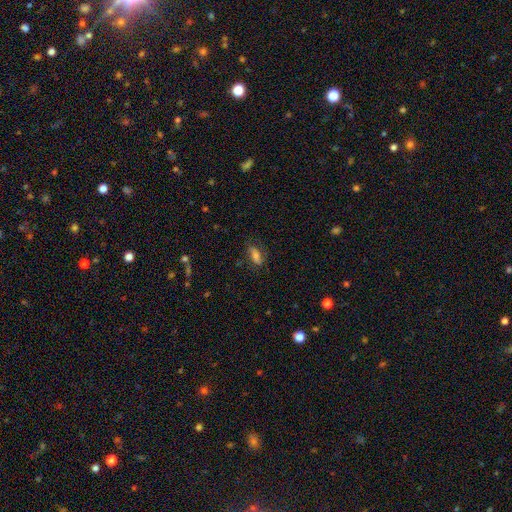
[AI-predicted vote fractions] This is likely a smooth galaxy (62%). How rounded: likely in between (69%). Merging: likely none (71%).